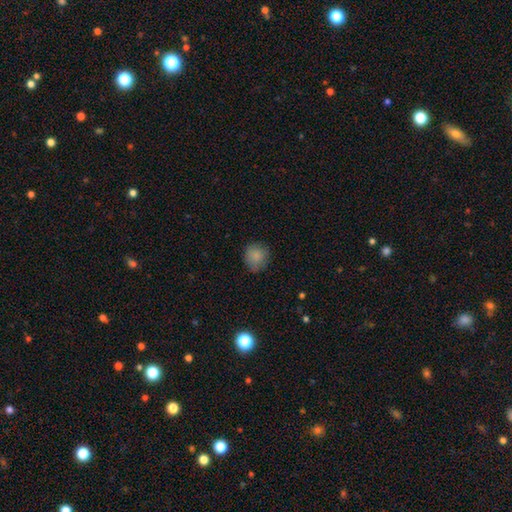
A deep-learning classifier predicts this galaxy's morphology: Smooth or featured? smooth (86%)
How rounded? round (85%)
Merging? none (80%)